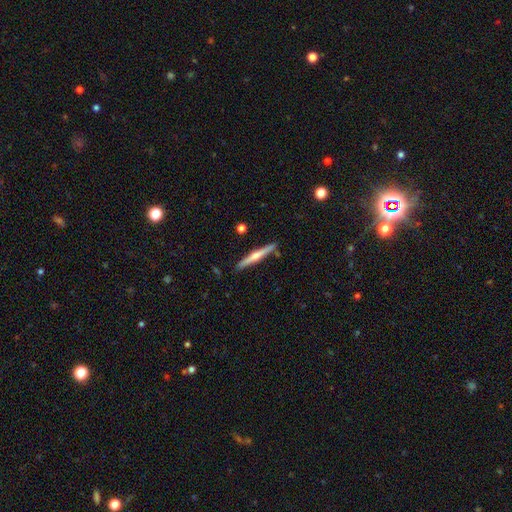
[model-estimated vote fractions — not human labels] Morphology: type=featured or disk (68%); edge-on=yes (98%); edge-on bulge=rounded (82%); merging=none (89%).